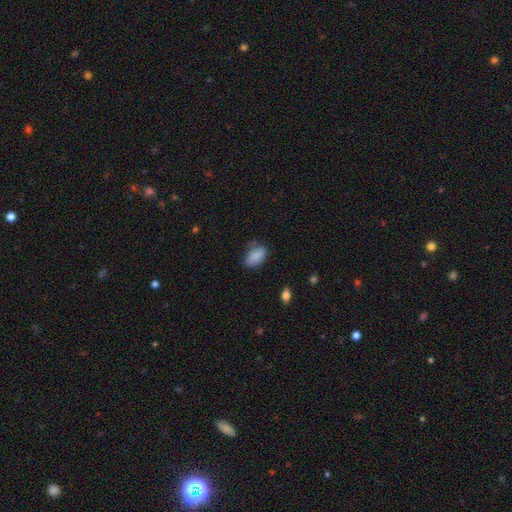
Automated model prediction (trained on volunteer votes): Morphology: type=smooth (85%); roundness=in between (90%); merging=none (53%).